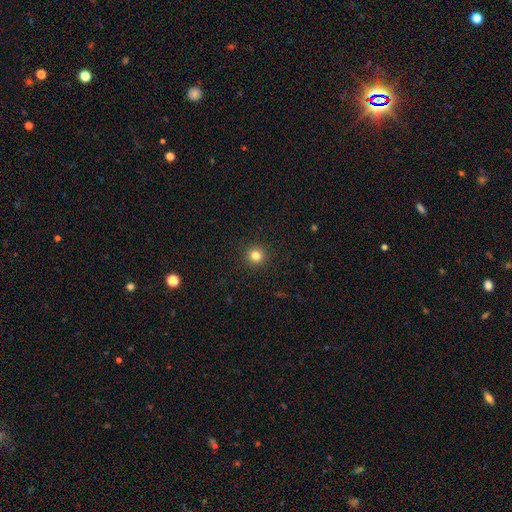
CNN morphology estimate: Smooth or featured?
  - smooth: 81% *
  - star or artifact: 13%
  - featured or disk: 6%
How rounded?
  - round: 95% *
  - in between: 5%
  - cigar-shaped: 1%
Merging?
  - none: 93% *
  - minor disturbance: 5%
  - major disturbance: 2%
  - merger: 1%